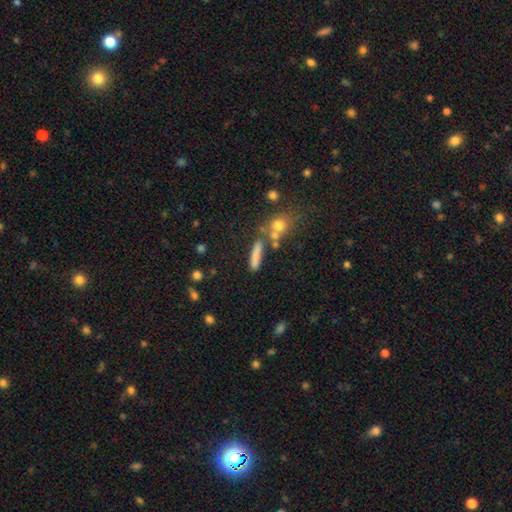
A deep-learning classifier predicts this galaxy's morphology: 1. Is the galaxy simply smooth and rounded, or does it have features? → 76% smooth, 13% featured or disk, 11% star or artifact.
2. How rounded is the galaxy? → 80% cigar-shaped, 15% in between, 5% round.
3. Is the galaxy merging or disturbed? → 68% none, 14% merger, 13% minor disturbance, 5% major disturbance.